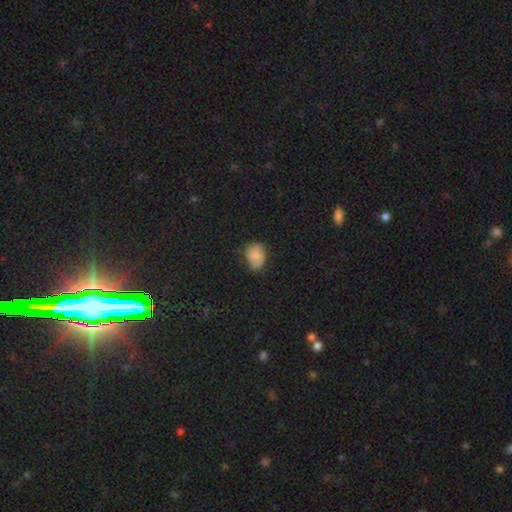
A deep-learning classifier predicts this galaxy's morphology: smooth-or-featured: smooth: 76% | featured or disk: 14% | star or artifact: 11%
  how-rounded: in between: 67% | round: 32% | cigar-shaped: 1%
  merging: none: 57% | minor disturbance: 33% | major disturbance: 8% | merger: 2%